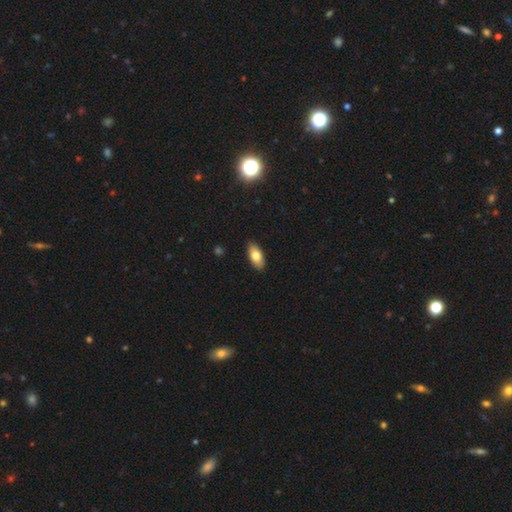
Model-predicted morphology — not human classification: A smooth galaxy with no disk features (77%) that is in between round and cigar-shaped (89%).

Vote fractions:
- Smooth or featured? smooth: 77% / featured or disk: 16% / star or artifact: 7%
- How rounded? in between: 89% / cigar-shaped: 9% / round: 3%
- Merging? none: 88% / minor disturbance: 9% / major disturbance: 2% / merger: 1%